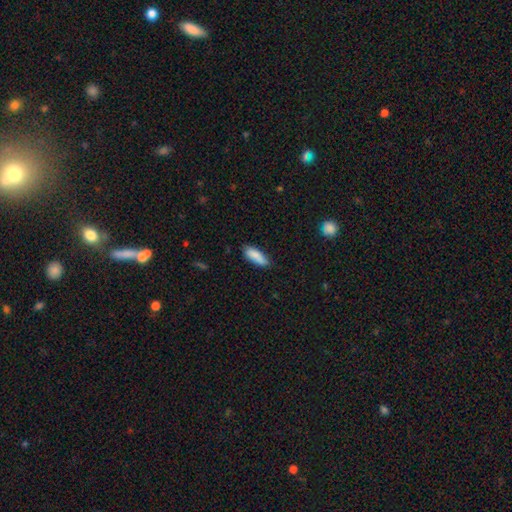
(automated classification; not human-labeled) A smooth galaxy with no disk features (87%) that is in between round and cigar-shaped (64%).

Vote fractions:
- Smooth or featured? smooth: 87% / featured or disk: 7% / star or artifact: 6%
- How rounded? in between: 64% / cigar-shaped: 34% / round: 2%
- Merging? none: 79% / minor disturbance: 17% / major disturbance: 3% / merger: 2%